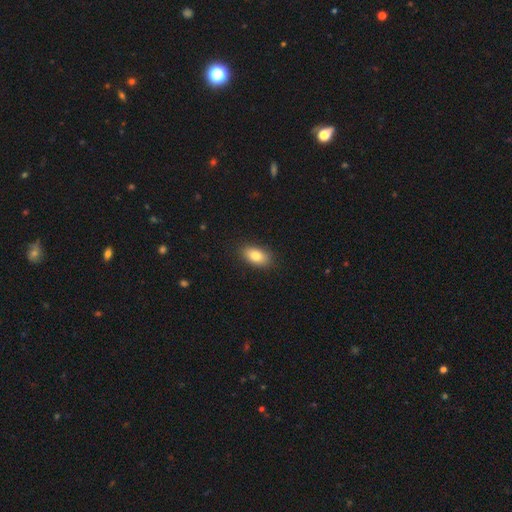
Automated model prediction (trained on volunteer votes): A smooth galaxy with no disk features (82%) that is in between round and cigar-shaped (90%). Merging: none (87%).